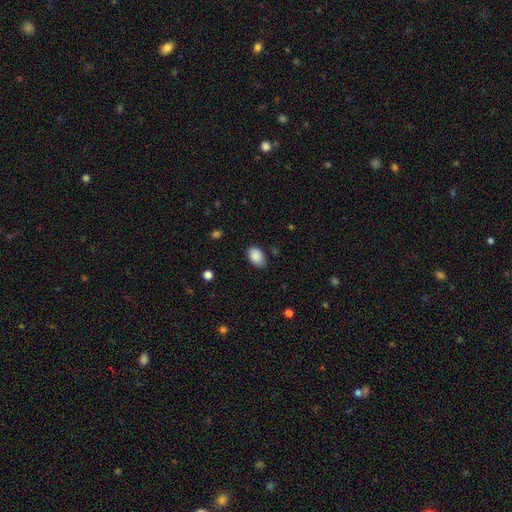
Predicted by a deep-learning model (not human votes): smooth-or-featured: smooth: 89% | star or artifact: 7% | featured or disk: 4%
  how-rounded: in between: 89% | round: 9% | cigar-shaped: 1%
  merging: none: 81% | minor disturbance: 15% | major disturbance: 3% | merger: 1%